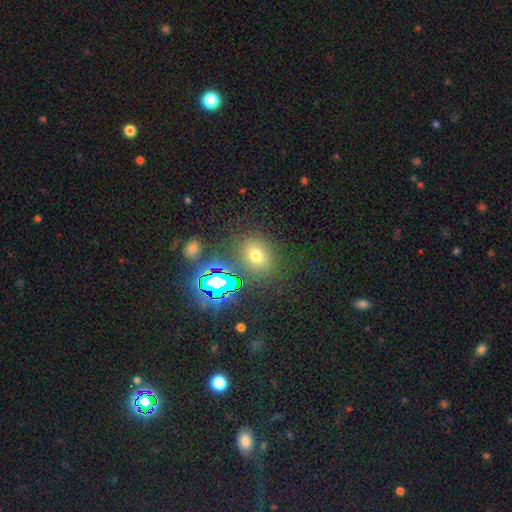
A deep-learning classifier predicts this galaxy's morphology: smooth-or-featured: smooth: 63% | star or artifact: 27% | featured or disk: 10%
  how-rounded: round: 61% | in between: 38% | cigar-shaped: 1%
  merging: none: 80% | minor disturbance: 10% | major disturbance: 5% | merger: 4%